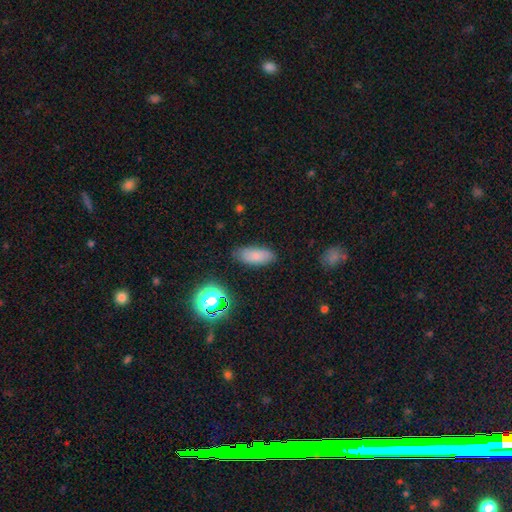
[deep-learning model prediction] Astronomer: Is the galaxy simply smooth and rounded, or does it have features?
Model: smooth — 80%.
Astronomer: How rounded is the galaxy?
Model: in between — 83%.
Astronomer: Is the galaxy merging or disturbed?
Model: none — 81%.